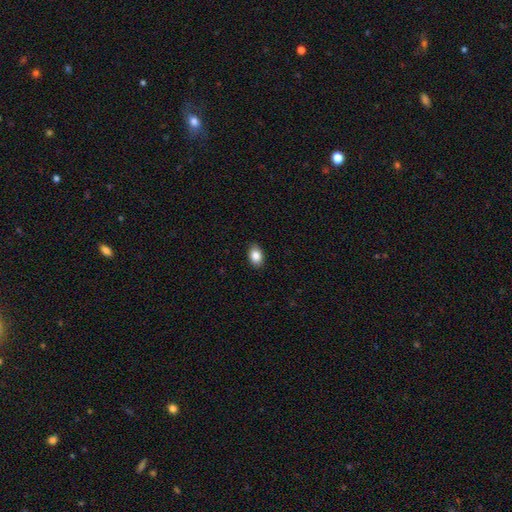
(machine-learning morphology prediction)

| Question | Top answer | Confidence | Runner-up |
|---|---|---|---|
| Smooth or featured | smooth | 86% | star or artifact (8%) |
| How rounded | in between | 83% | round (16%) |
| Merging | none | 89% | minor disturbance (8%) |